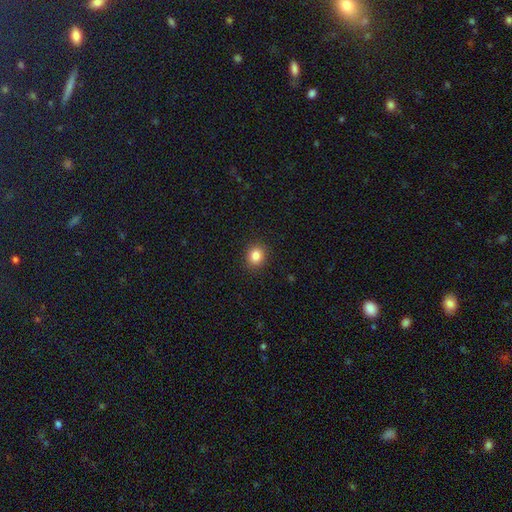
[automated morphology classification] A smooth galaxy with no disk features (84%) that is round (73%). Merging: none (91%).